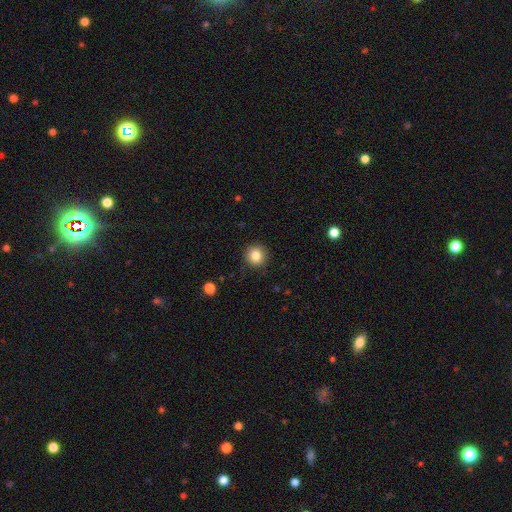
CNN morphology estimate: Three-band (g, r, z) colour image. It shows a smooth galaxy with no disk features (84%) that is round (93%). Merging: none (90%).